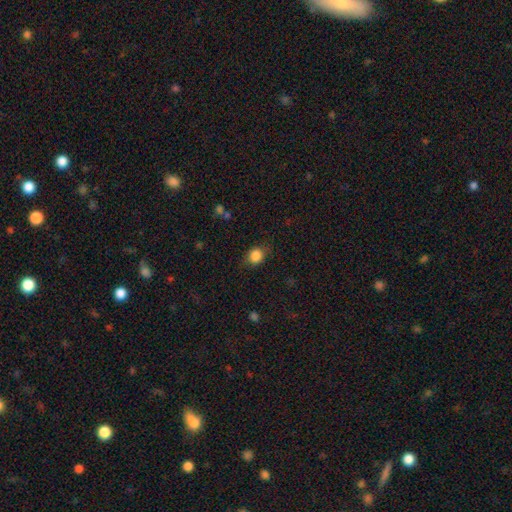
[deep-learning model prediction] Smooth or featured: smooth — 84% (star or artifact — 10%)
How rounded: round — 65% (in between — 33%)
Merging: none — 74% (minor disturbance — 19%)